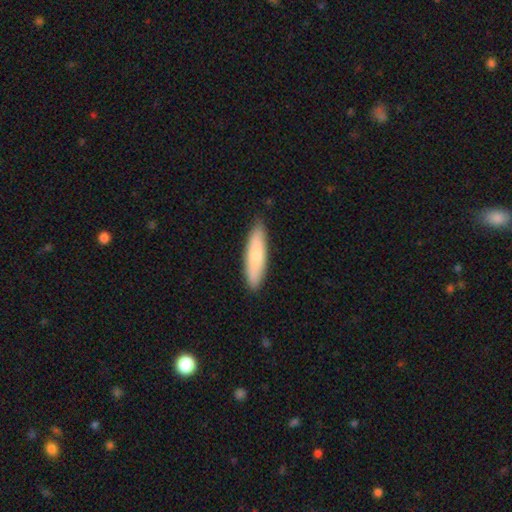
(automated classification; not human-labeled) This is likely a smooth galaxy (75%). How rounded: likely cigar-shaped (70%). Merging: clearly none (86%).